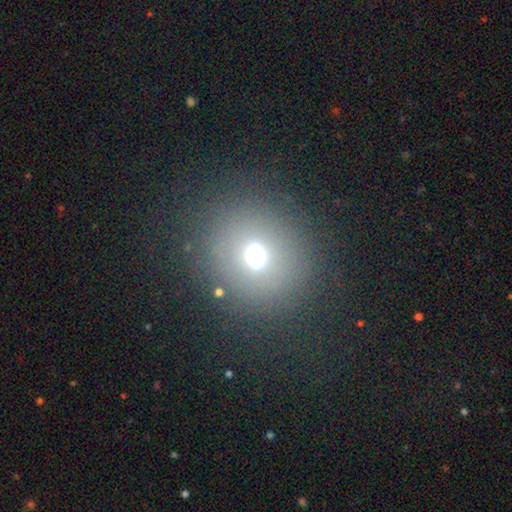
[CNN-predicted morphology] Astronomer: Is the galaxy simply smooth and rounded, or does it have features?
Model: smooth — 64%.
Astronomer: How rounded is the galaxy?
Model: round — 80%.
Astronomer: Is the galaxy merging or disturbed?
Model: none — 83%.